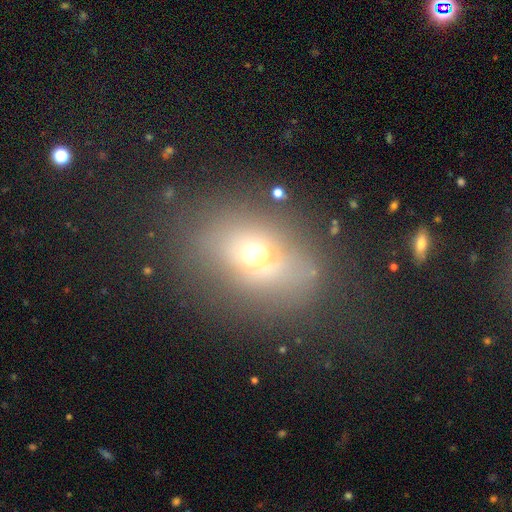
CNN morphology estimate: smooth 57%, featured or disk 23%, star or artifact 20%. Down the decision tree: how rounded — in between (55%); merging — none (68%).